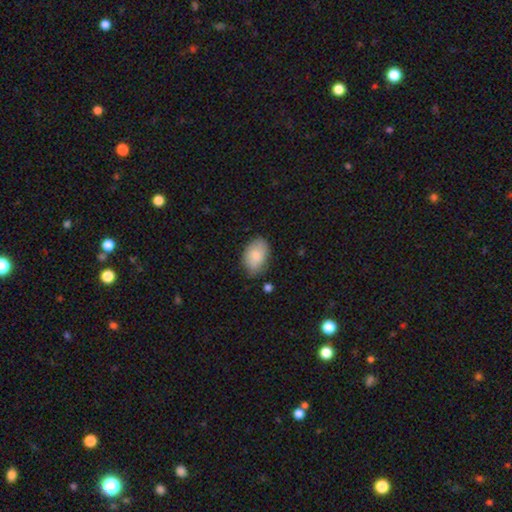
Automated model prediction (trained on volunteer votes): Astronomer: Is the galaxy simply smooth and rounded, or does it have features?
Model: smooth — 83%.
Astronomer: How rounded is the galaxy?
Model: in between — 88%.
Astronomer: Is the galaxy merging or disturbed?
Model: none — 71%.